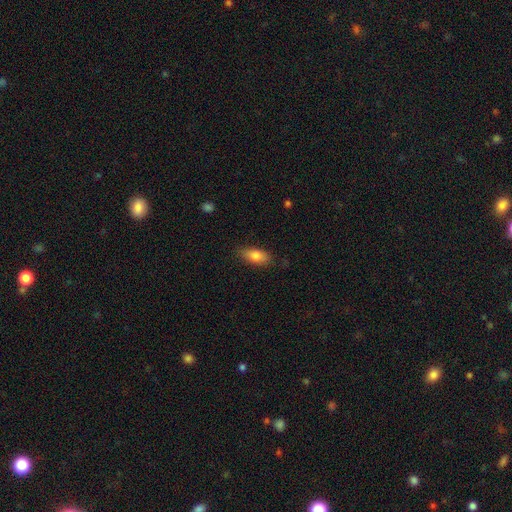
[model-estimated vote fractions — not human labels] smooth_or_featured: smooth (p=0.80) [alt: featured or disk p=0.12]
how_rounded: in between (p=0.84) [alt: cigar-shaped p=0.12]
merging: none (p=0.82) [alt: minor disturbance p=0.14]